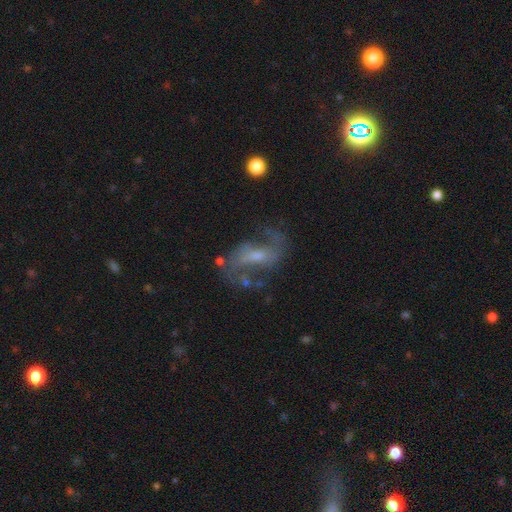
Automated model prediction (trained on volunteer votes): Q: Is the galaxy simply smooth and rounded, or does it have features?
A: featured or disk — 82%.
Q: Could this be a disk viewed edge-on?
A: no — 96%.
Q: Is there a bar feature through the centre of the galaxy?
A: weak — 48%.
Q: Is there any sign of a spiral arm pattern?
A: yes — 91%.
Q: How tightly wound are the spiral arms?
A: loose — 56%.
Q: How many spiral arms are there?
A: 2 — 89%.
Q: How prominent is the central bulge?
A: small — 46%.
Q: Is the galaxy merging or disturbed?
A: none — 64%.